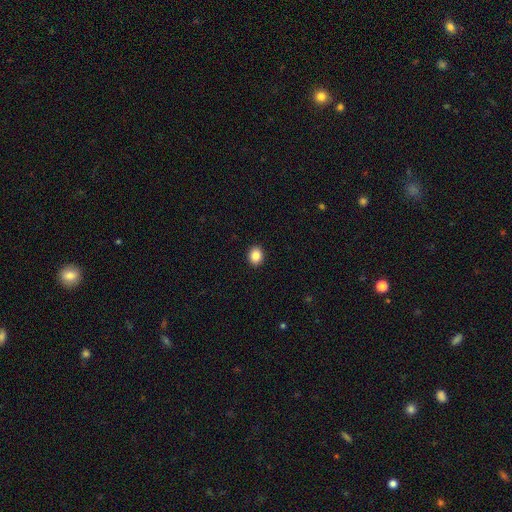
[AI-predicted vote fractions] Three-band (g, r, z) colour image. It shows a smooth galaxy with no disk features (86%) that is round (53%). Merging: none (92%).